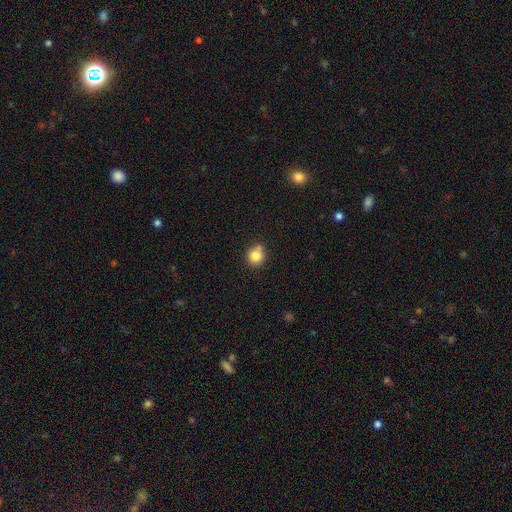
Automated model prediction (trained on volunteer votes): smooth-or-featured: smooth: 82% | star or artifact: 11% | featured or disk: 7%
  how-rounded: round: 88% | in between: 11% | cigar-shaped: 1%
  merging: none: 67% | minor disturbance: 15% | merger: 14% | major disturbance: 4%